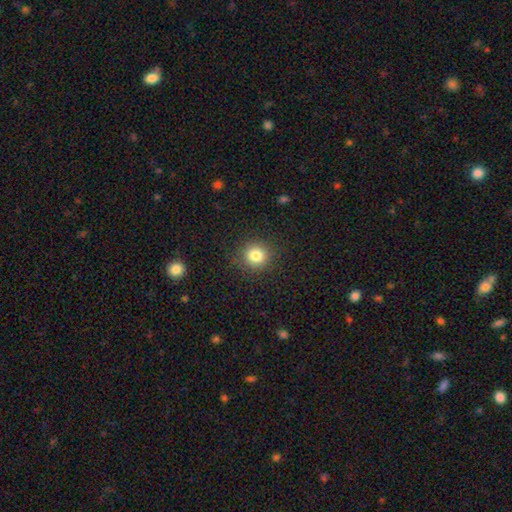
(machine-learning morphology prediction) This is clearly a smooth galaxy (82%). How rounded: clearly round (90%). Merging: clearly none (89%).